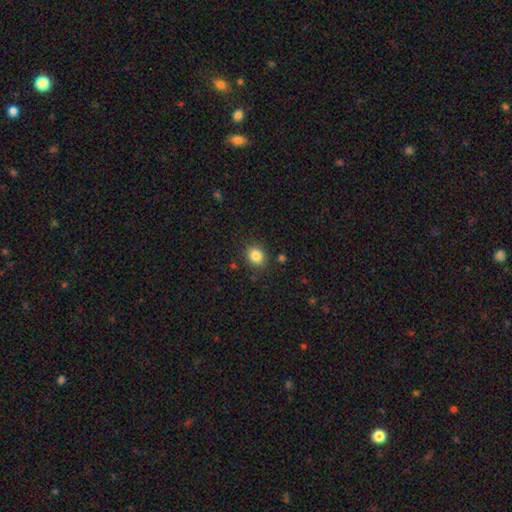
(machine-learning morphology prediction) smooth 84%, star or artifact 10%, featured or disk 5%. Down the decision tree: how rounded — round (57%); merging — none (86%).